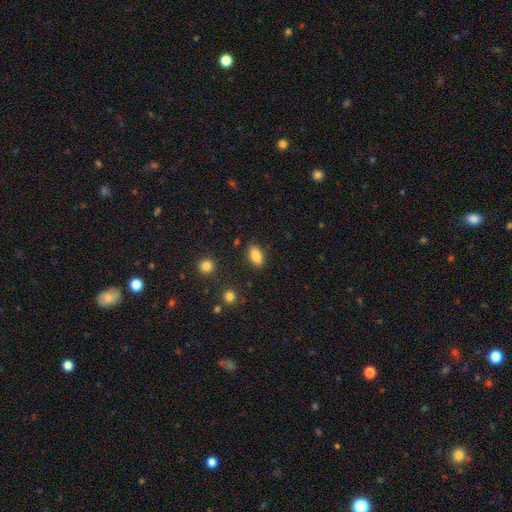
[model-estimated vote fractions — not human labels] The model was most divided on "merging": none: 86%, minor disturbance: 9%, major disturbance: 3%, merger: 2%. More confident: how rounded — in between (91%); smooth or featured — smooth (86%).